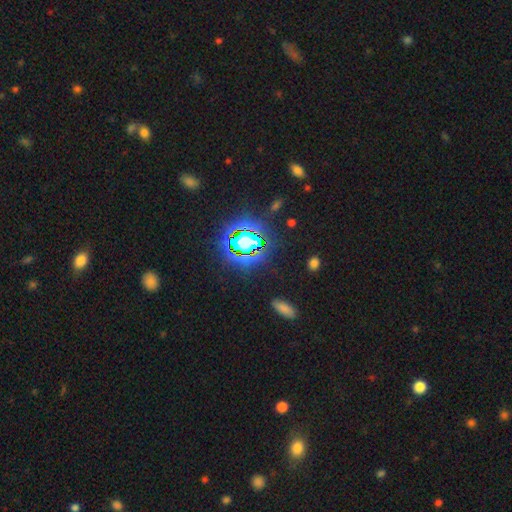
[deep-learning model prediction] Smooth or featured? Predicted: star or artifact (p=0.78).